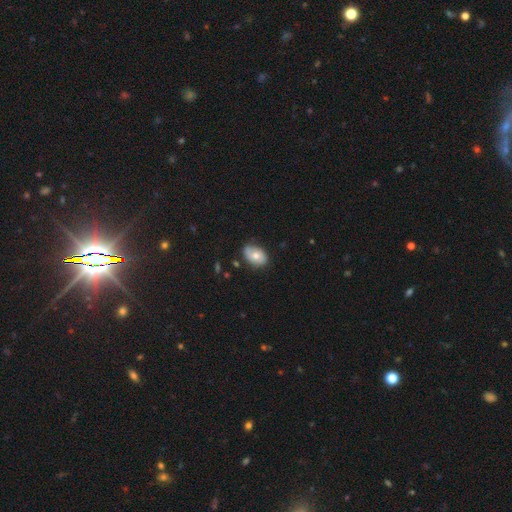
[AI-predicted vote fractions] This appears to be a smooth galaxy with no disk features (68%) that is in between round and cigar-shaped (85%). Merging: none (73%).